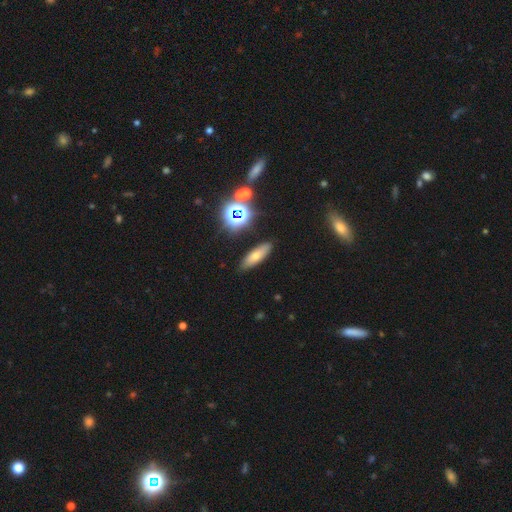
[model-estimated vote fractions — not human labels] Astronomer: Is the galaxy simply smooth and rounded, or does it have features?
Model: smooth — 59%.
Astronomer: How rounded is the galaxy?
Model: in between — 47%, tied with cigar-shaped at 47%.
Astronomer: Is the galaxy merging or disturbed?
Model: none — 86%.